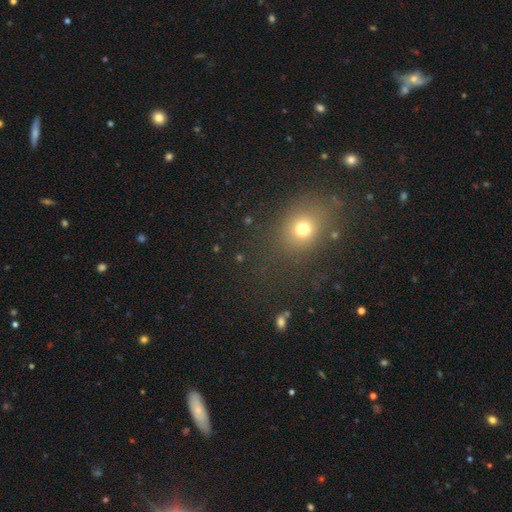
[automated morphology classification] type=smooth (57%); roundness=round (60%); merging=none (84%).